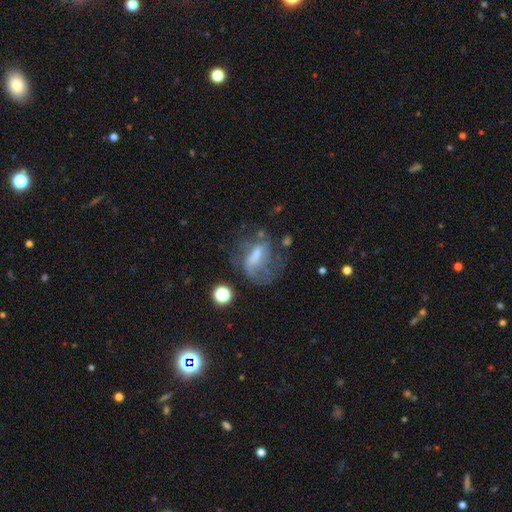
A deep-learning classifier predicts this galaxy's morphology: smooth_or_featured: featured or disk (p=0.58) [alt: smooth p=0.27]
disk_edge_on: no (p=0.92) [alt: yes p=0.08]
bar: weak (p=0.41) [alt: strong p=0.31]
has_spiral_arms: yes (p=0.65) [alt: no p=0.35]
bulge_size: small (p=0.36) [alt: moderate p=0.29]
merging: none (p=0.44) [alt: major disturbance p=0.30]